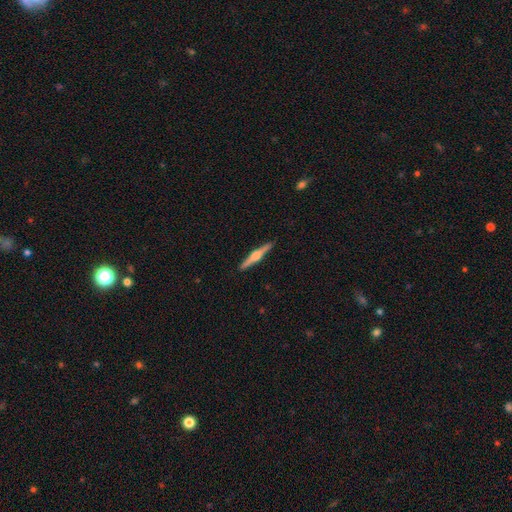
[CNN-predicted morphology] Overall: featured or disk (74%). Edge-on disk: yes (98%). Edge-on bulge: rounded (90%). Merging: none (91%).